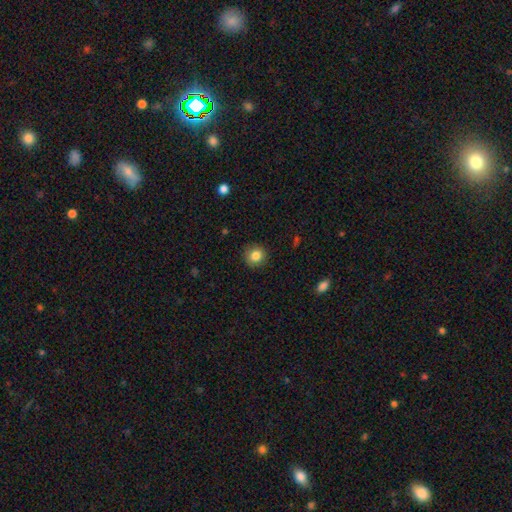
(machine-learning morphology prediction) Overall: smooth (84%). How rounded: round (89%). Merging: none (90%).